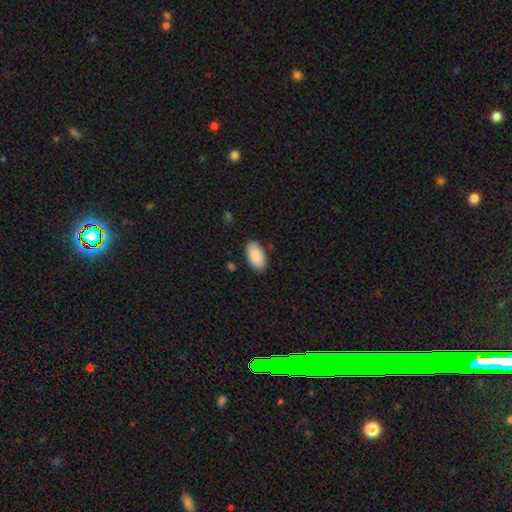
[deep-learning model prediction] The model was most divided on "merging": none: 87%, minor disturbance: 10%, major disturbance: 2%, merger: 2%. More confident: how rounded — in between (96%); smooth or featured — smooth (89%).